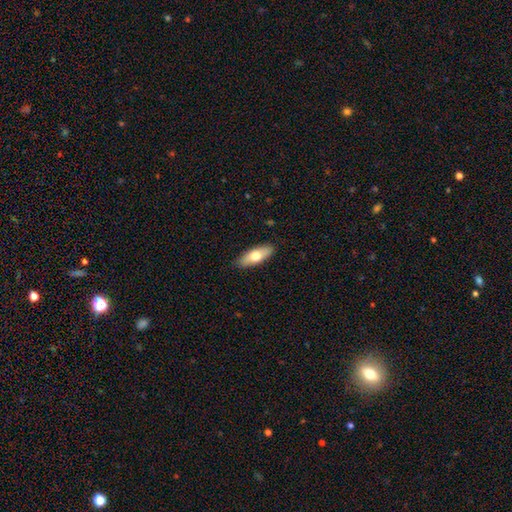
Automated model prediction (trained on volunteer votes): Morphology: type=smooth (66%); roundness=in between (70%); merging=none (88%).